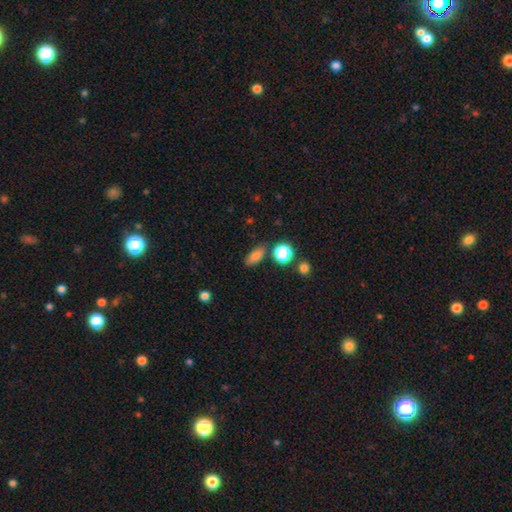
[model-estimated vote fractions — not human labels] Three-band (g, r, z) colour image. It shows a smooth galaxy with no disk features (77%) that is in between round and cigar-shaped (81%). Merging: none (80%).